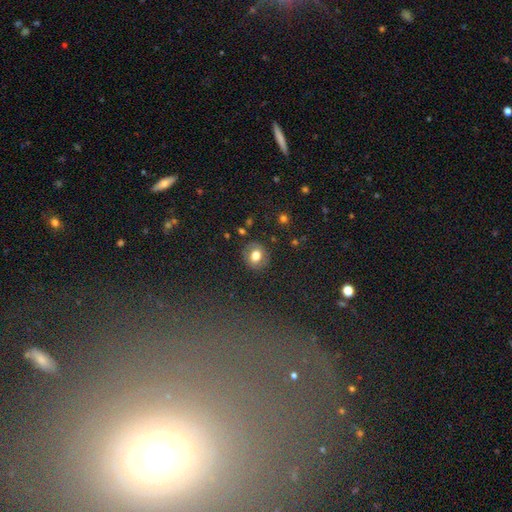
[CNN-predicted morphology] The model was most divided on "how rounded": round: 76%, in between: 23%, cigar-shaped: 1%. More confident: merging — none (86%); smooth or featured — smooth (73%).